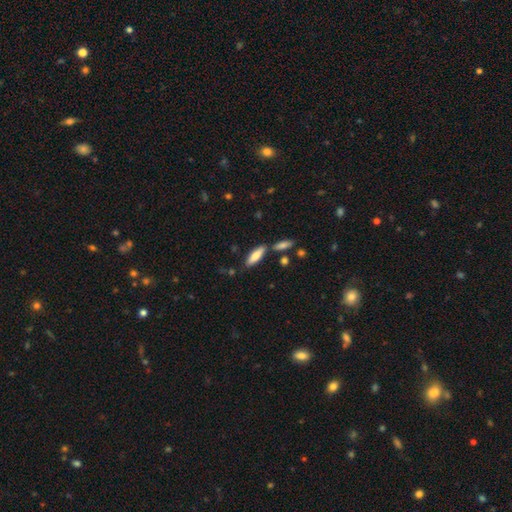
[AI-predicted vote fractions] This is likely a smooth galaxy (74%). How rounded: possibly cigar-shaped (49%, tied with in between). Merging: likely none (75%).